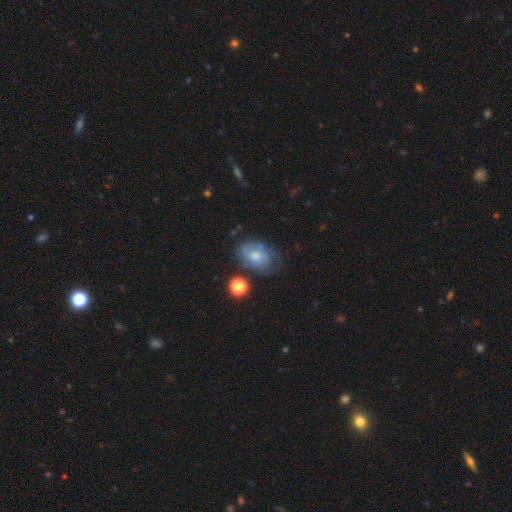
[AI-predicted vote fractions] A featured or disk galaxy (47%).

Vote fractions:
- Smooth or featured? featured or disk: 47% / smooth: 43% / star or artifact: 9%
- Merging? none: 45% / minor disturbance: 31% / major disturbance: 19% / merger: 5%